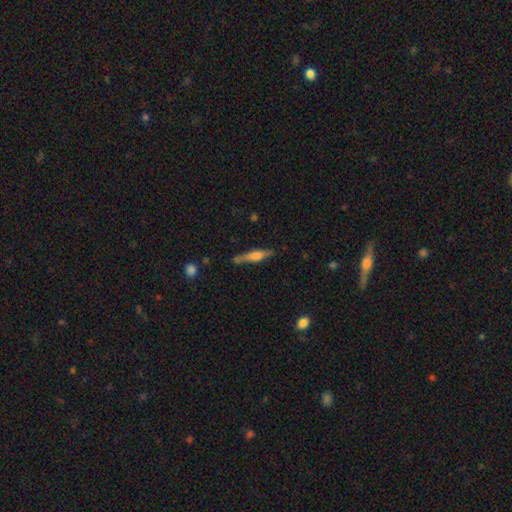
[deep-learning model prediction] Overall: featured or disk (47%; smooth 46%). Merging: none (69%).